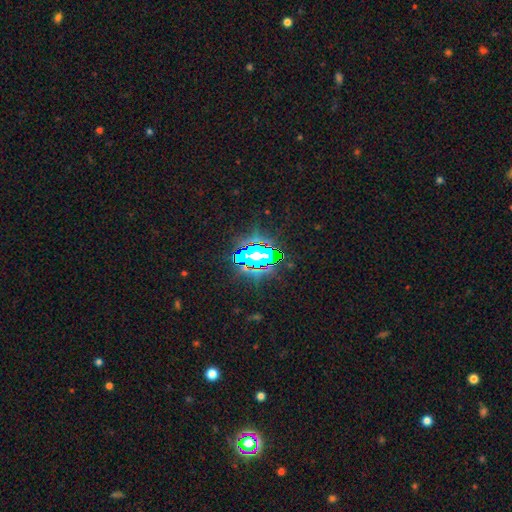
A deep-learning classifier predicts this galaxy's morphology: This appears to be a star or artifact, not a galaxy (69%).